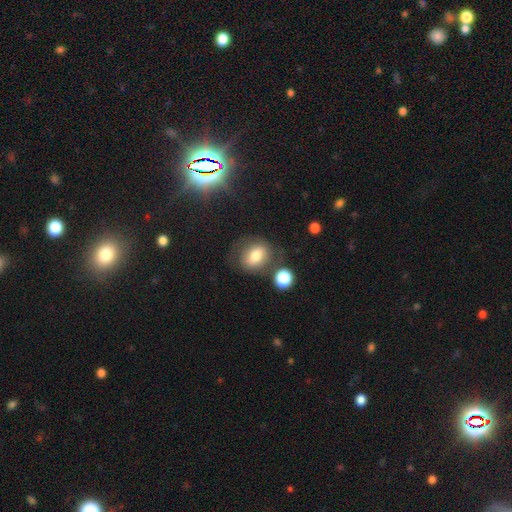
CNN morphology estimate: smooth-or-featured: smooth: 70% | featured or disk: 20% | star or artifact: 10%
  how-rounded: in between: 58% | round: 40% | cigar-shaped: 2%
  merging: none: 61% | minor disturbance: 19% | major disturbance: 10% | merger: 10%